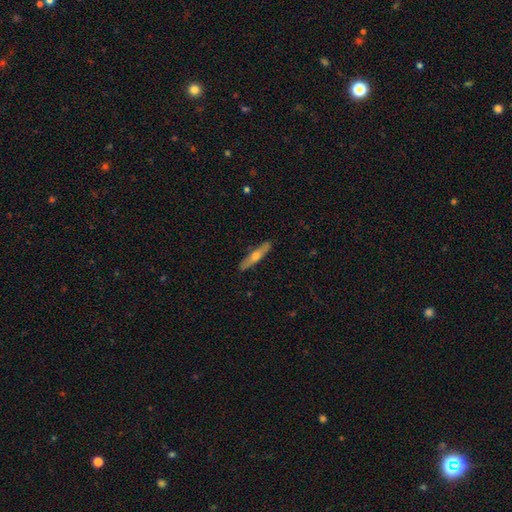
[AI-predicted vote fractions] The model was most divided on "smooth or featured": featured or disk: 56%, smooth: 37%, star or artifact: 6%. More confident: edge-on disk — yes (89%); merging — none (89%); edge-on bulge — rounded (89%).